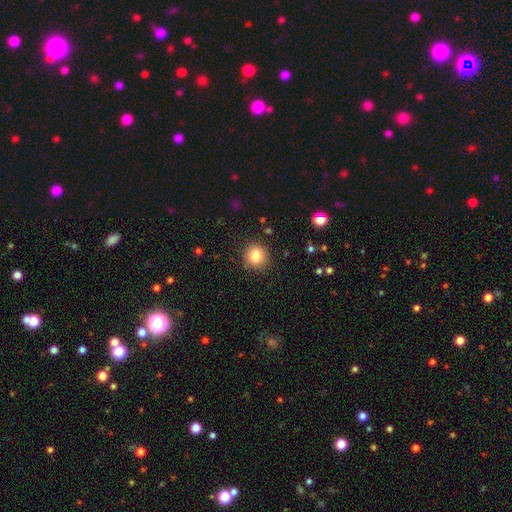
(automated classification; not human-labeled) Overall: smooth (83%). How rounded: round (92%). Merging: none (89%).